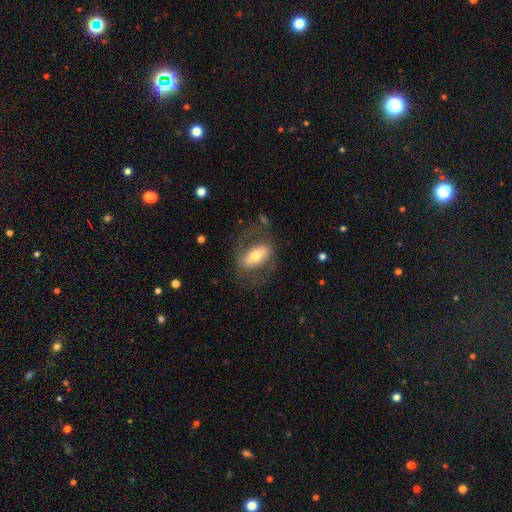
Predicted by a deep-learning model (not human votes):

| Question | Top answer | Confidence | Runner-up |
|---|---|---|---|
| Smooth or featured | featured or disk | 61% | smooth (33%) |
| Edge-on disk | no | 88% | yes (12%) |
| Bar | strong | 52% | weak (26%) |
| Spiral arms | yes | 57% | no (43%) |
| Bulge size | moderate | 63% | small (21%) |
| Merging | none | 64% | major disturbance (18%) |